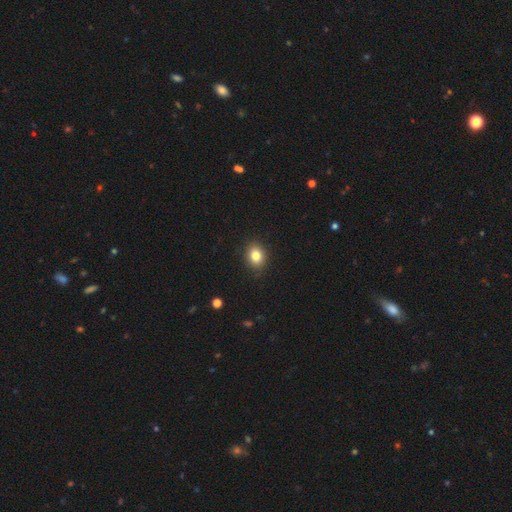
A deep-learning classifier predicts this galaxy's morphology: This is clearly a smooth galaxy (83%). How rounded: possibly in between (51%). Merging: clearly none (88%).